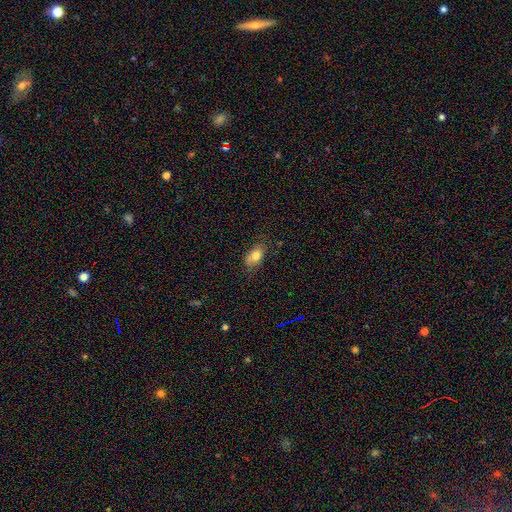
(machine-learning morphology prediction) Smooth or featured? Predicted: smooth (p=0.78). How rounded? Predicted: in between (p=0.86). Merging? Predicted: none (p=0.66).